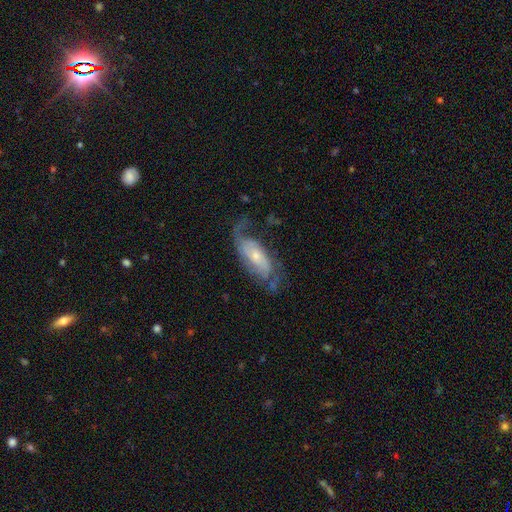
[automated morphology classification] Q: Smooth or featured?
A: featured or disk (76%); runner-up: smooth (18%)
Q: Edge-on disk?
A: no (91%); runner-up: yes (9%)
Q: Bar?
A: no (61%); runner-up: weak (30%)
Q: Spiral arms?
A: yes (90%); runner-up: no (10%)
Q: Spiral winding?
A: medium (40%); runner-up: loose (36%)
Q: Spiral arm count?
A: 2 (64%); runner-up: can't tell (18%)
Q: Bulge size?
A: small (56%); runner-up: moderate (35%)
Q: Merging?
A: none (54%); runner-up: minor disturbance (22%)